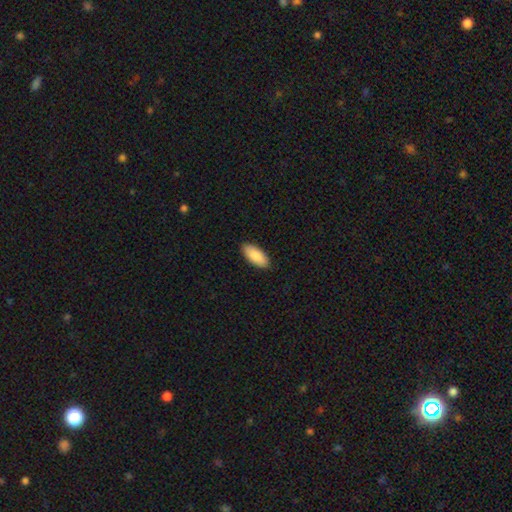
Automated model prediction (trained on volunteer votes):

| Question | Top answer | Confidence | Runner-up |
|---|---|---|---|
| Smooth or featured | smooth | 88% | featured or disk (7%) |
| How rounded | in between | 88% | cigar-shaped (10%) |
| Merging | none | 89% | minor disturbance (9%) |